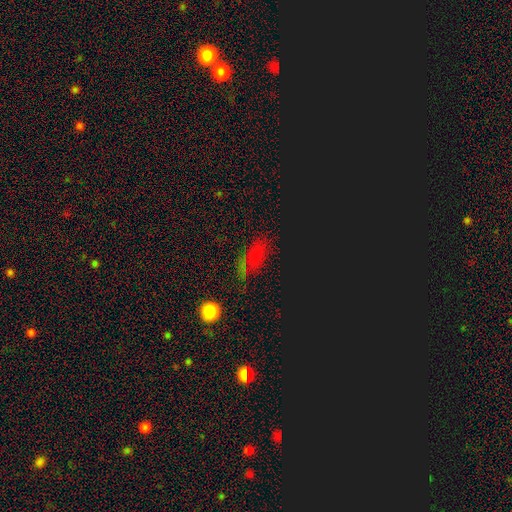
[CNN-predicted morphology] smooth_or_featured: star or artifact (p=0.44) [tied with: smooth p=0.44]